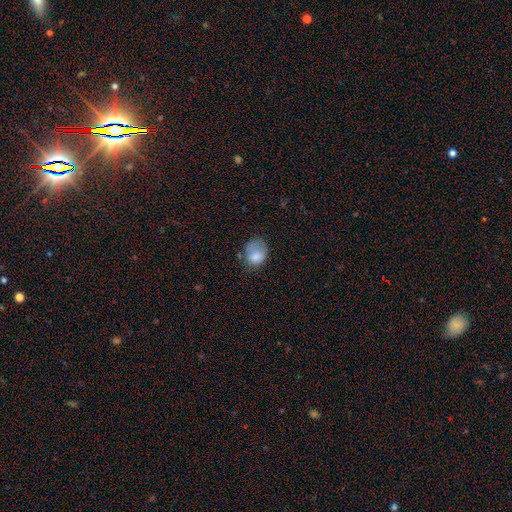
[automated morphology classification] smooth-or-featured: smooth: 77% | featured or disk: 14% | star or artifact: 10%
  how-rounded: in between: 51% | round: 48% | cigar-shaped: 1%
  merging: none: 43% | minor disturbance: 32% | major disturbance: 22% | merger: 4%